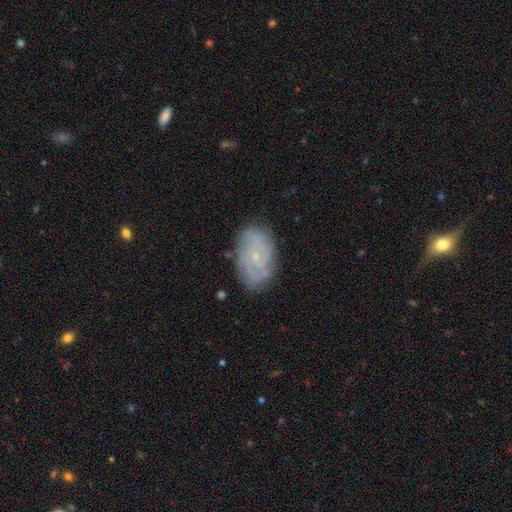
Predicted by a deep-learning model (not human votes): Q: Smooth or featured?
A: featured or disk (72%); runner-up: smooth (18%)
Q: Edge-on disk?
A: no (96%); runner-up: yes (4%)
Q: Bar?
A: no (74%); runner-up: weak (22%)
Q: Spiral arms?
A: yes (93%); runner-up: no (7%)
Q: Spiral winding?
A: tight (63%); runner-up: medium (29%)
Q: Spiral arm count?
A: can't tell (37%); runner-up: 2 (18%)
Q: Bulge size?
A: small (81%); runner-up: moderate (13%)
Q: Merging?
A: none (81%); runner-up: minor disturbance (15%)